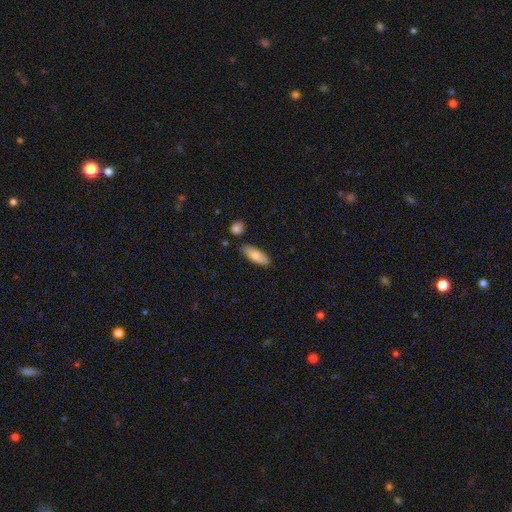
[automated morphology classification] Smooth or featured: smooth — 81% (featured or disk — 13%)
How rounded: in between — 71% (cigar-shaped — 27%)
Merging: none — 80% (minor disturbance — 13%)